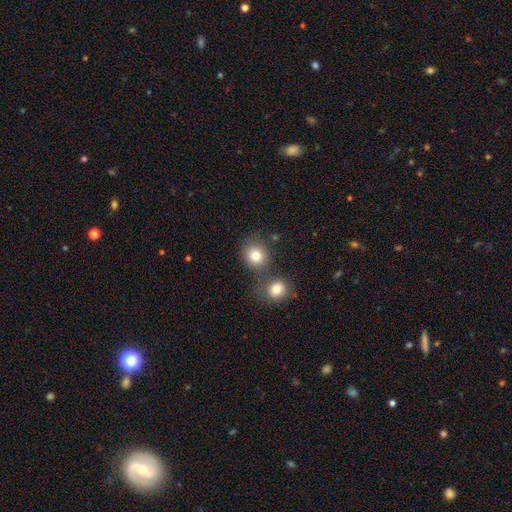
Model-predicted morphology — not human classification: Smooth or featured: smooth — 80% (star or artifact — 12%)
How rounded: round — 83% (in between — 16%)
Merging: none — 62% (merger — 26%)